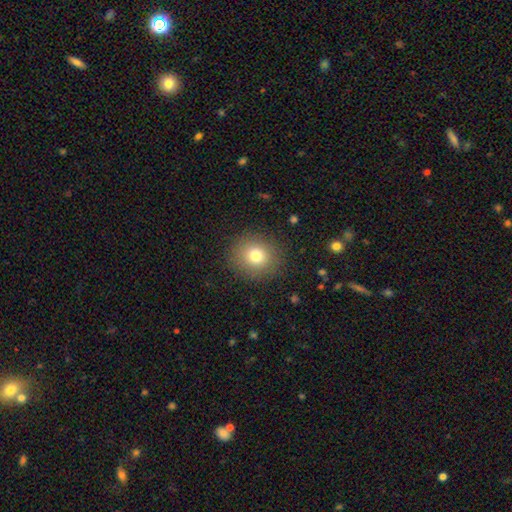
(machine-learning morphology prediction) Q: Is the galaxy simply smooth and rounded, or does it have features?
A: smooth — 78%.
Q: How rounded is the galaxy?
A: round — 85%.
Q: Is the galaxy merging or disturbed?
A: none — 88%.